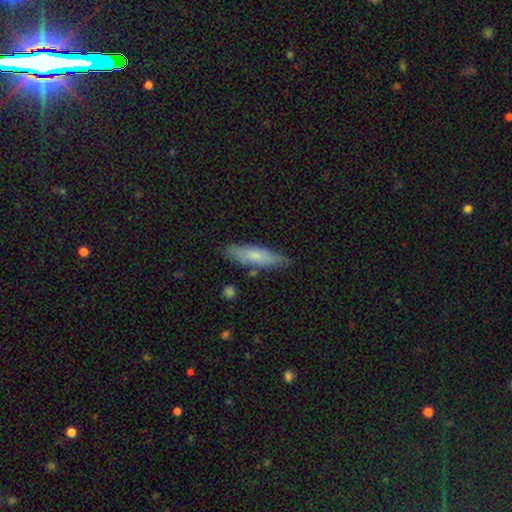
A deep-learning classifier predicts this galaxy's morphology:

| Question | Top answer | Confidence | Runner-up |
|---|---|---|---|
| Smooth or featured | smooth | 70% | featured or disk (24%) |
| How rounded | cigar-shaped | 68% | in between (30%) |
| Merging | none | 80% | minor disturbance (15%) |